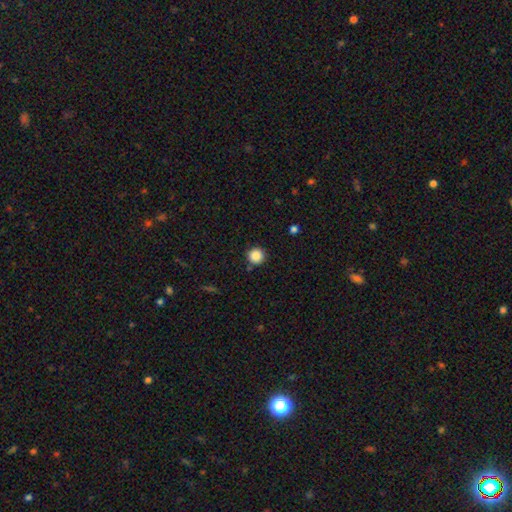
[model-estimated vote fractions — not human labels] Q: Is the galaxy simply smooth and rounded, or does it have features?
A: smooth — 87%.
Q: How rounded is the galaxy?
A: round — 95%.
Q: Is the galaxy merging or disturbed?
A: none — 87%.